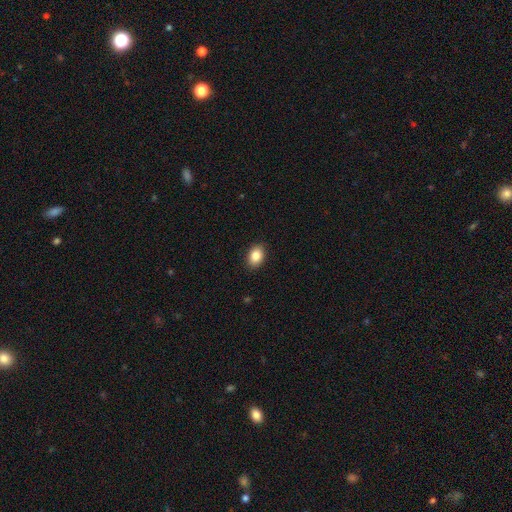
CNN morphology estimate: Smooth or featured? smooth (85%)
How rounded? in between (77%)
Merging? none (90%)